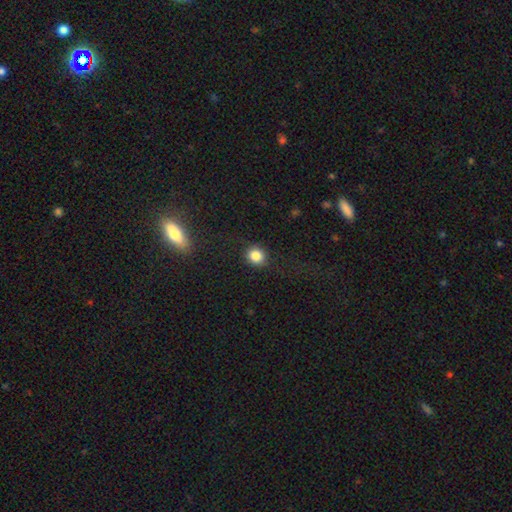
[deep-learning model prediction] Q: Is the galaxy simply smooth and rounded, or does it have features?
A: smooth — 84%.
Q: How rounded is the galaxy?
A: round — 79%.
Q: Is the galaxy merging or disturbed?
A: none — 85%.